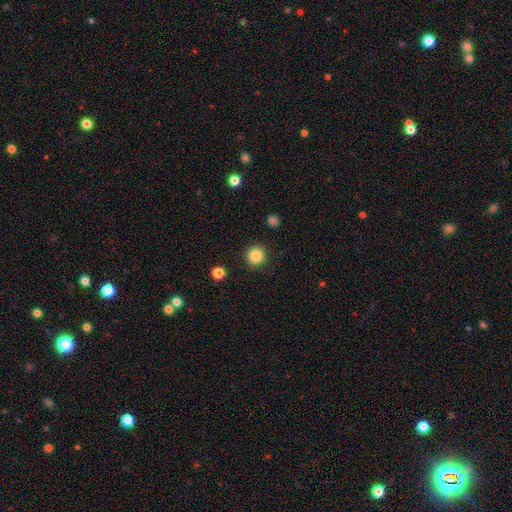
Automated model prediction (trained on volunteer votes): Overall: smooth (86%). How rounded: round (95%). Merging: none (91%).